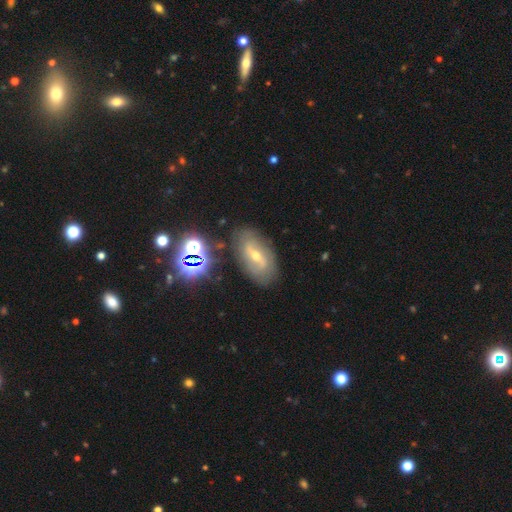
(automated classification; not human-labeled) A featured or disk galaxy (68%) with a weak bar (46%), spiral arms (74%) and a small central bulge (50%). Merging: none (79%).